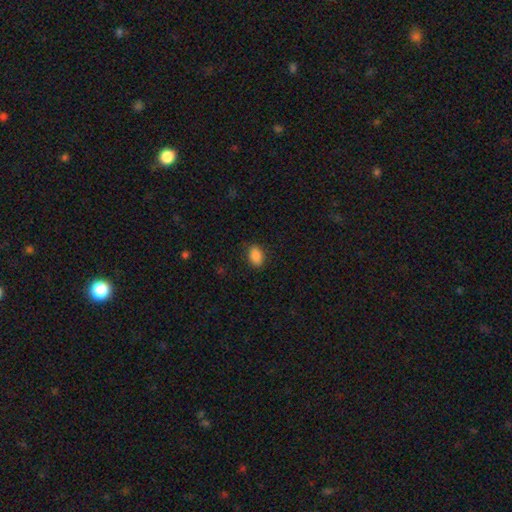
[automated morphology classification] This appears to be a smooth galaxy with no disk features (88%) that is in between round and cigar-shaped (88%). Merging: none (86%).